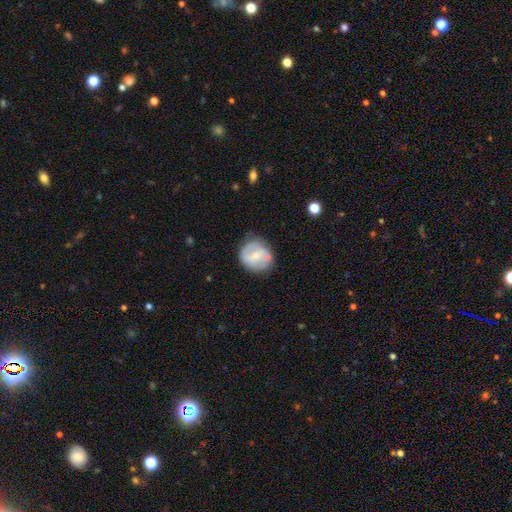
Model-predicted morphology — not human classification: This appears to be a featured or disk galaxy (54%) with a weak bar (48%), spiral arms (62%) and a small central bulge (51%). Merging: none (66%).